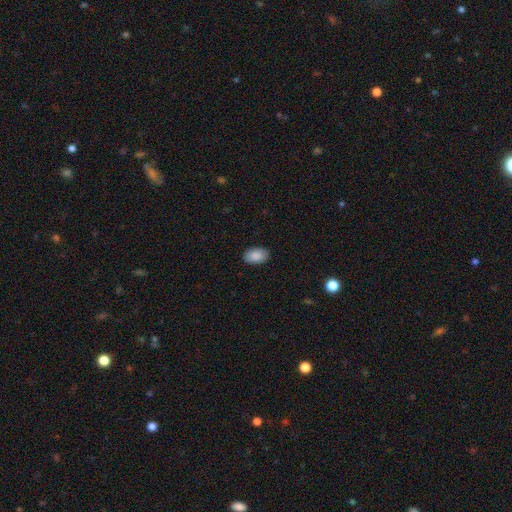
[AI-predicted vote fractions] smooth_or_featured: smooth (p=0.90) [alt: star or artifact p=0.07]
how_rounded: in between (p=0.92) [alt: round p=0.07]
merging: none (p=0.88) [alt: minor disturbance p=0.09]